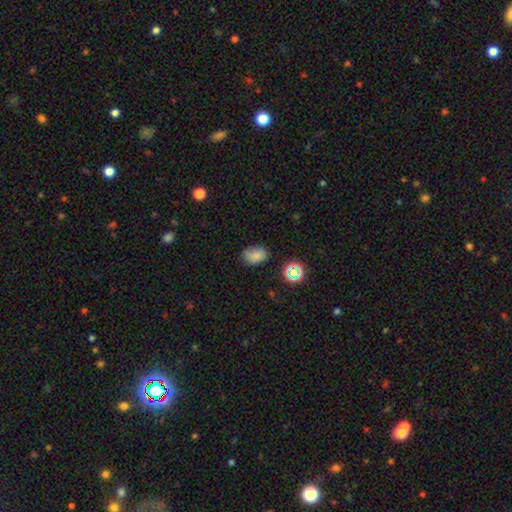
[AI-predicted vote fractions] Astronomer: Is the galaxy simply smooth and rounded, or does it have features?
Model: smooth — 77%.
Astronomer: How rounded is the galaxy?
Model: in between — 78%.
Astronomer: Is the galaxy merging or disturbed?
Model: none — 71%.